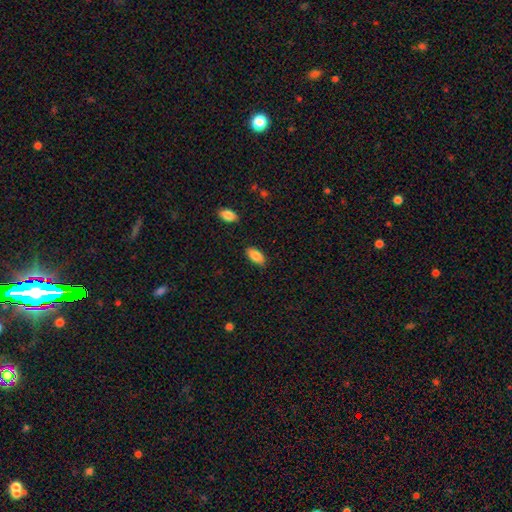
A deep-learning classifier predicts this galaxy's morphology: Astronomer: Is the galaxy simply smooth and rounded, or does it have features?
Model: smooth — 87%.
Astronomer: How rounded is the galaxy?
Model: in between — 92%.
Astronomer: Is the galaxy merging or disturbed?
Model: none — 84%.